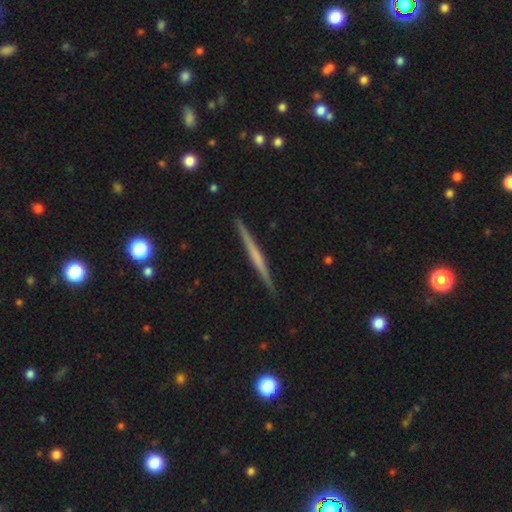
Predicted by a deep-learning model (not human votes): This is possibly a featured or disk galaxy (58%). It is clearly viewed edge-on (98%). Edge-on bulge: clearly none (81%). Merging: clearly none (92%).